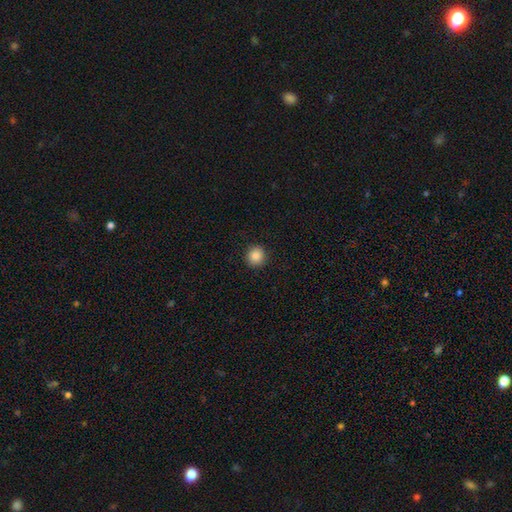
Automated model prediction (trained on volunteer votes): This is clearly a smooth galaxy (87%). How rounded: clearly round (92%). Merging: clearly none (92%).